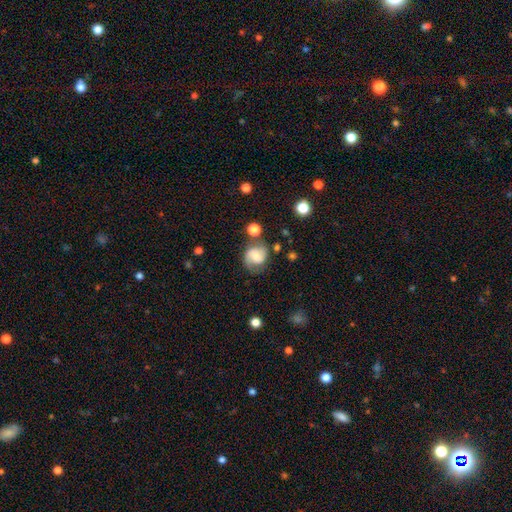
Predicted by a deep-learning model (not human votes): Overall: featured or disk (51%; smooth 40%). Edge-on disk: no (97%). Merging: none (63%).